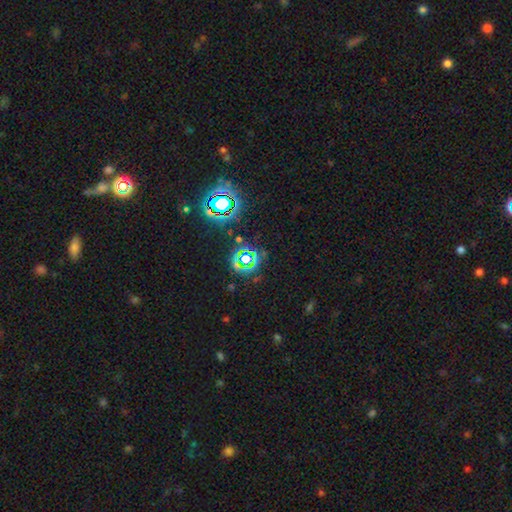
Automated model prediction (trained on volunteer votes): Morphology: type=star or artifact (76%).